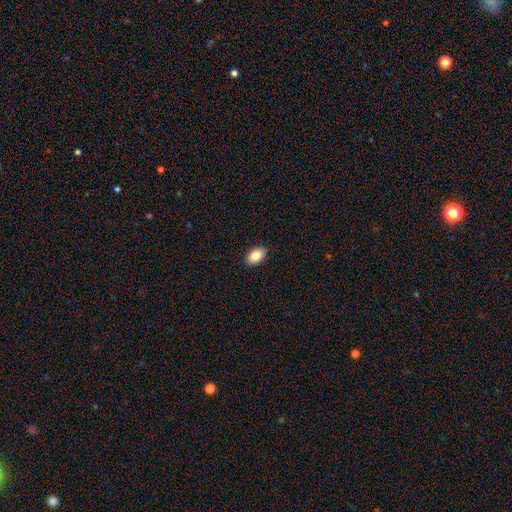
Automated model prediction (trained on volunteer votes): The model was most divided on "smooth or featured": smooth: 85%, featured or disk: 8%, star or artifact: 7%. More confident: how rounded — in between (90%); merging — none (89%).